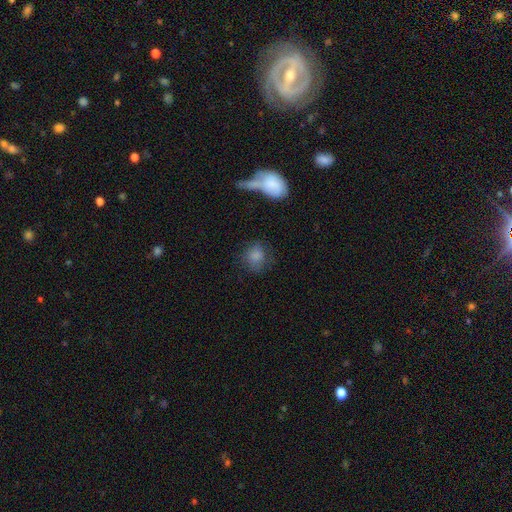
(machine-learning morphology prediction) The model was most divided on "merging": none: 64%, minor disturbance: 20%, major disturbance: 11%, merger: 6%. More confident: smooth or featured — smooth (79%); how rounded — round (75%).